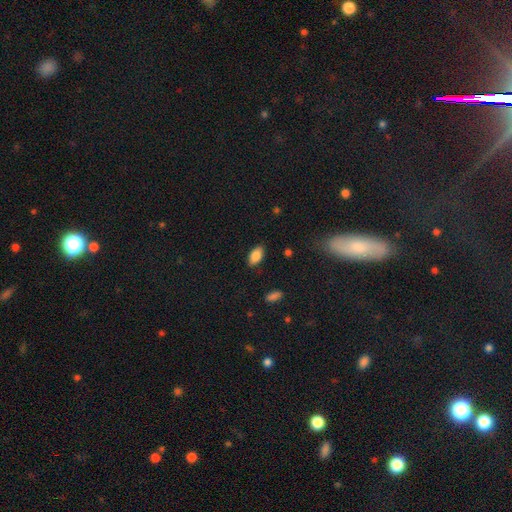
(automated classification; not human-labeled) Smooth or featured?
  - smooth: 86% *
  - star or artifact: 8%
  - featured or disk: 7%
How rounded?
  - in between: 93% *
  - round: 4%
  - cigar-shaped: 3%
Merging?
  - none: 86% *
  - minor disturbance: 10%
  - major disturbance: 2%
  - merger: 1%